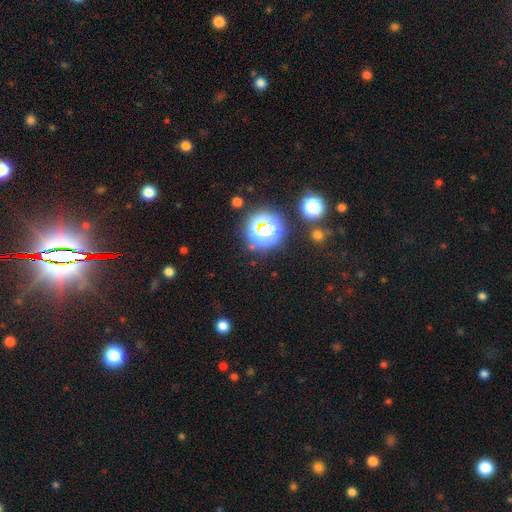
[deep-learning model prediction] star or artifact 82%, smooth 11%, featured or disk 7%.